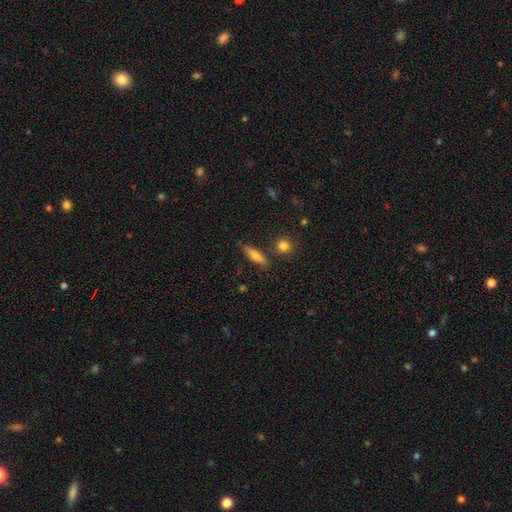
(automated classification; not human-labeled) Smooth or featured: smooth — 72% (featured or disk — 21%)
How rounded: cigar-shaped — 59% (in between — 38%)
Merging: none — 78% (minor disturbance — 13%)